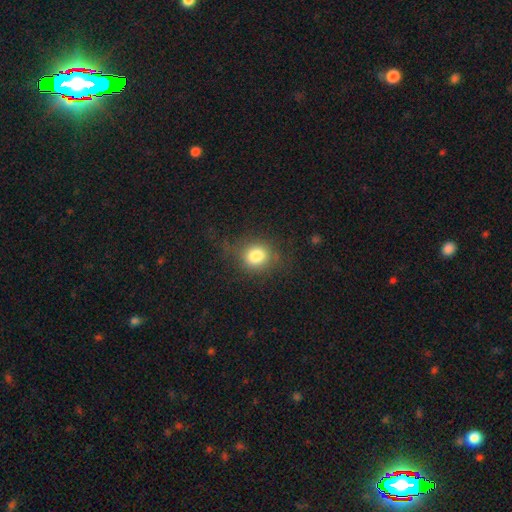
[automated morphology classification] Q: Smooth or featured?
A: smooth (81%); runner-up: star or artifact (11%)
Q: How rounded?
A: round (71%); runner-up: in between (28%)
Q: Merging?
A: none (75%); runner-up: minor disturbance (16%)